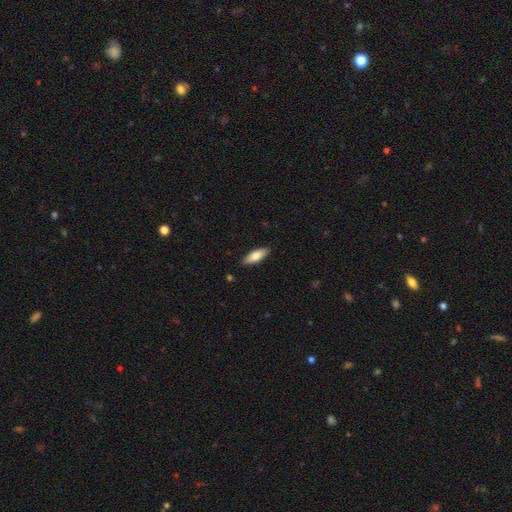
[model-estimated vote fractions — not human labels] Smooth or featured: smooth — 76% (featured or disk — 18%)
How rounded: in between — 68% (cigar-shaped — 31%)
Merging: none — 88% (minor disturbance — 9%)